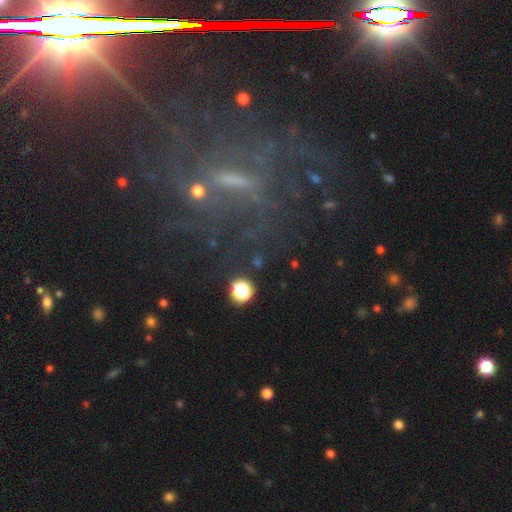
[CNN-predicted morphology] This appears to be a featured or disk galaxy (55%). Merging: none (63%).